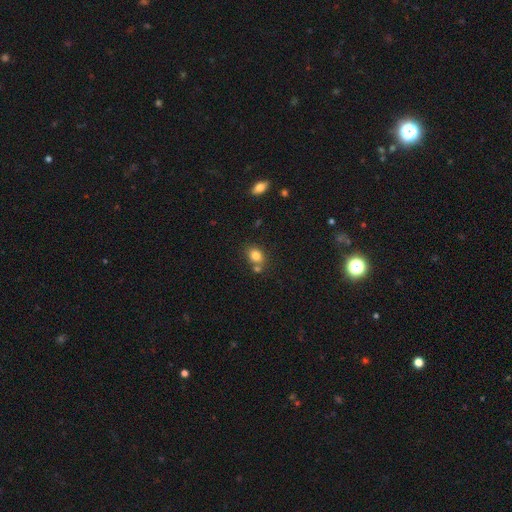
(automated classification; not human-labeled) Smooth or featured: smooth — 82% (star or artifact — 11%)
How rounded: in between — 53% (round — 46%)
Merging: none — 62% (merger — 21%)